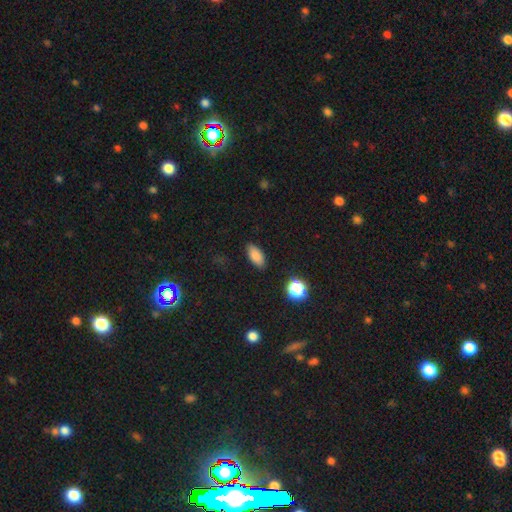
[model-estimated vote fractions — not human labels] Smooth or featured? Predicted: smooth (p=0.83). How rounded? Predicted: in between (p=0.89). Merging? Predicted: none (p=0.87).